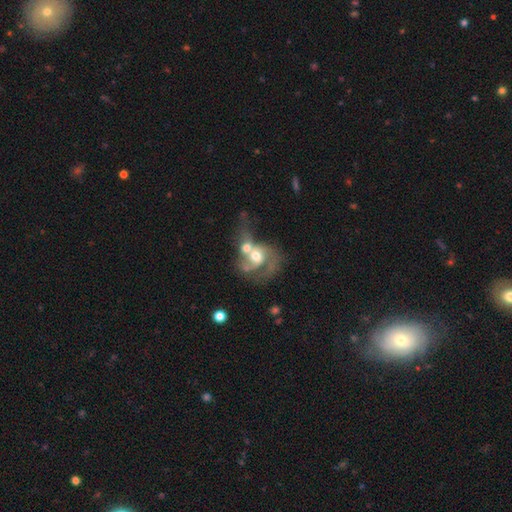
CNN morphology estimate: Overall: featured or disk (65%; smooth 27%). Edge-on disk: no (97%). Bar: no (71%). Spiral arms: yes (70%). Bulge size: moderate (64%). Merging: merger (67%).